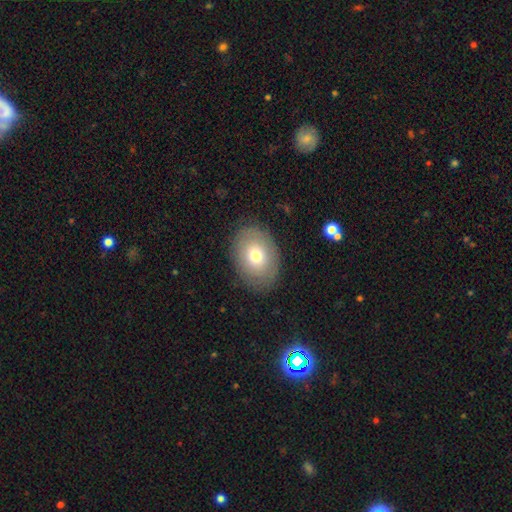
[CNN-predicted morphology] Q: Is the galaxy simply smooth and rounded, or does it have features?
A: smooth — 72%.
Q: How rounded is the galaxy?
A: in between — 75%.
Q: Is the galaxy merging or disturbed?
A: none — 85%.